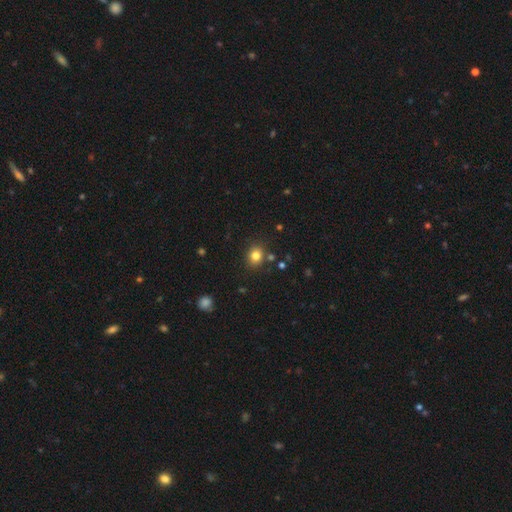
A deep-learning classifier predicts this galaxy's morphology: A smooth galaxy with no disk features (80%) that is round (71%). Merging: none (82%).